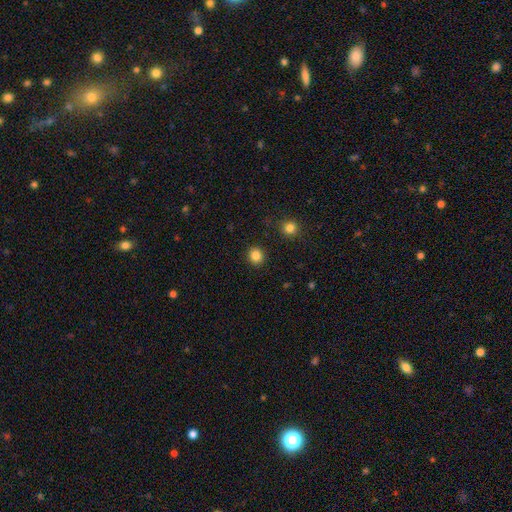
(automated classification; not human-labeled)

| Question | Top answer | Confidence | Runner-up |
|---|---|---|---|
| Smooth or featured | smooth | 85% | star or artifact (11%) |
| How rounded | round | 91% | in between (8%) |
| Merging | none | 92% | minor disturbance (5%) |